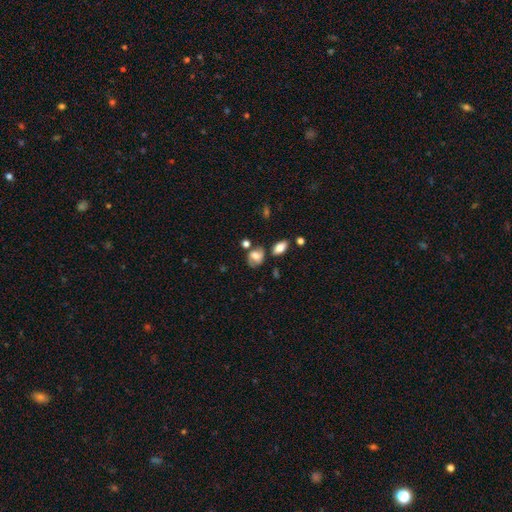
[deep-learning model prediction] Overall: smooth (51%; featured or disk 39%). How rounded: in between (57%; round 41%). Merging: none (56%; minor disturbance 22%).